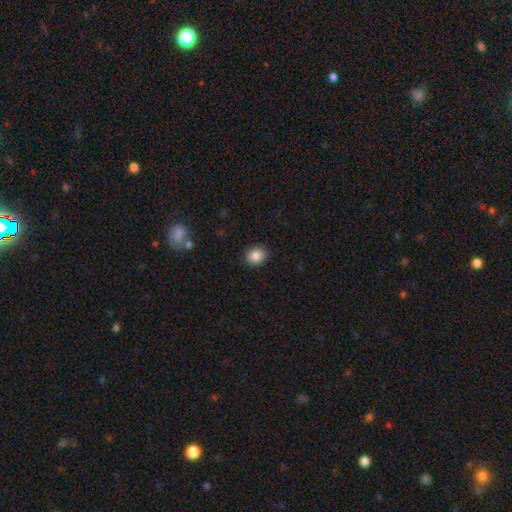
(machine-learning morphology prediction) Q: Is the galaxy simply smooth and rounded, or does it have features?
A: smooth — 87%.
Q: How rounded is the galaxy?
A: round — 50%.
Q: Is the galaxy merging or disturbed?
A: none — 88%.